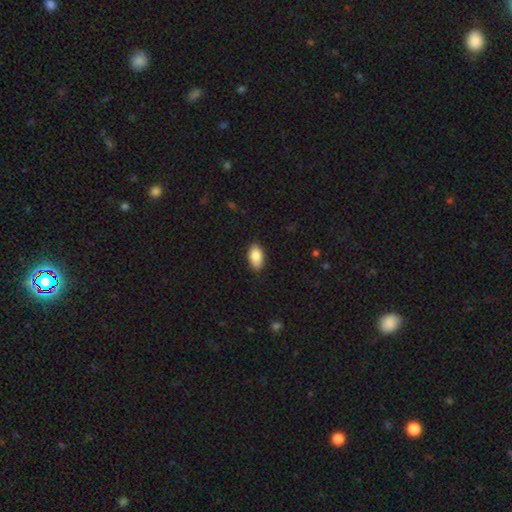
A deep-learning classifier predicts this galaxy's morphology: Smooth or featured: smooth — 87% (featured or disk — 7%)
How rounded: in between — 93% (round — 4%)
Merging: none — 86% (minor disturbance — 11%)